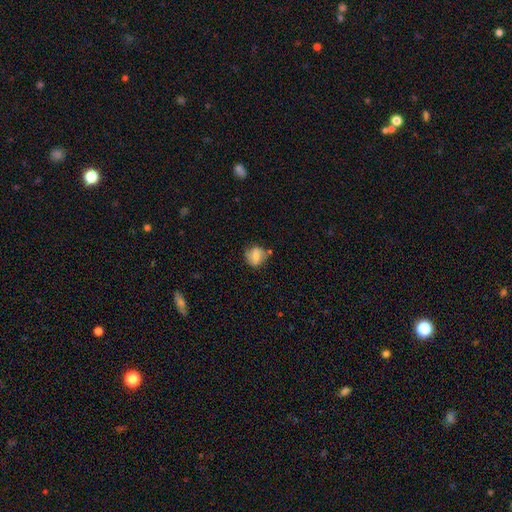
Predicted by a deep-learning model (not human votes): A smooth galaxy with no disk features (69%) that is round (73%).

Vote fractions:
- Smooth or featured? smooth: 69% / featured or disk: 22% / star or artifact: 9%
- How rounded? round: 73% / in between: 25% / cigar-shaped: 1%
- Merging? none: 62% / minor disturbance: 24% / merger: 7% / major disturbance: 7%